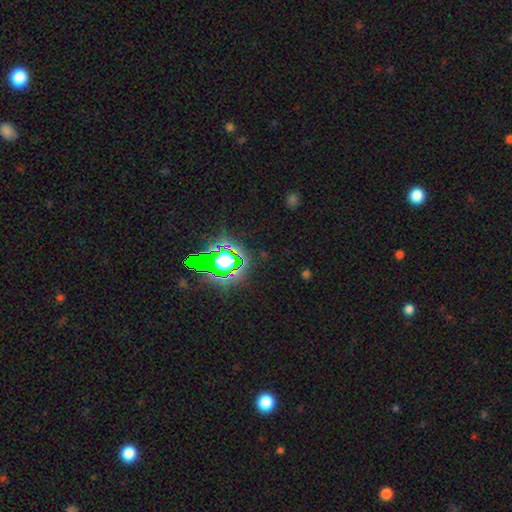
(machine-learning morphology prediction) This is likely a star or artifact rather than a galaxy (79%).